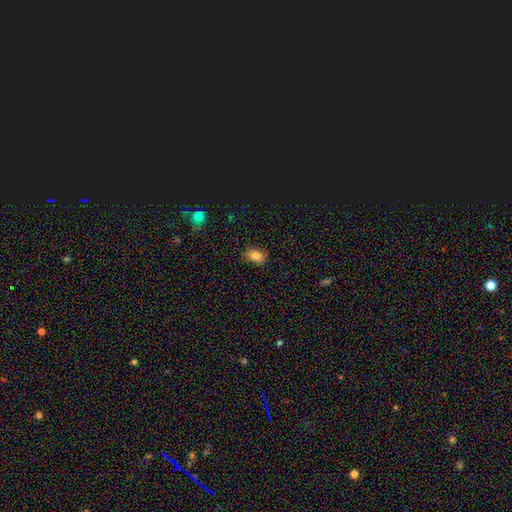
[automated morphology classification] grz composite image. It shows a smooth galaxy with no disk features (82%) that is in between round and cigar-shaped (81%). Merging: none (80%).